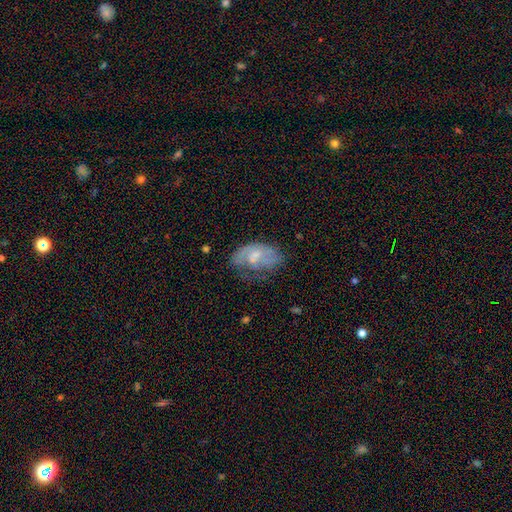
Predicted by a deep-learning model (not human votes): featured or disk 53%, smooth 39%, star or artifact 8%. Down the decision tree: edge-on disk — no (96%); bar — no (62%); spiral arms — yes (61%); bulge size — small (49%); merging — none (41%).